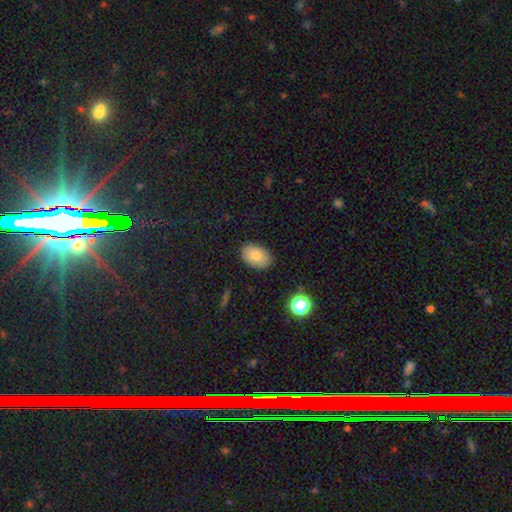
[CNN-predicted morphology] Smooth or featured? Predicted: smooth (p=0.81). How rounded? Predicted: in between (p=0.87). Merging? Predicted: none (p=0.84).